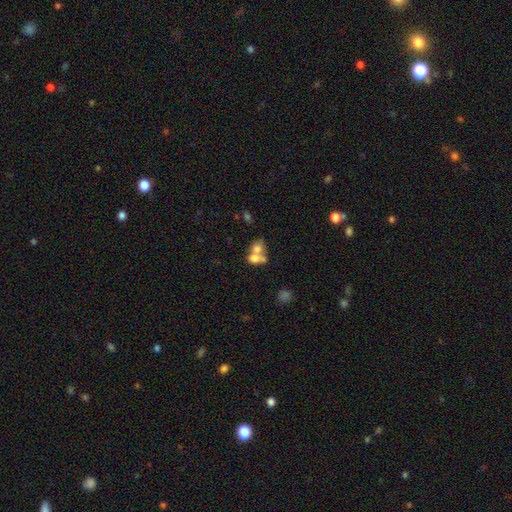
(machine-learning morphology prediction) Smooth or featured? Predicted: smooth (p=0.67). How rounded? Predicted: in between (p=0.56). Merging? Predicted: merger (p=0.69).